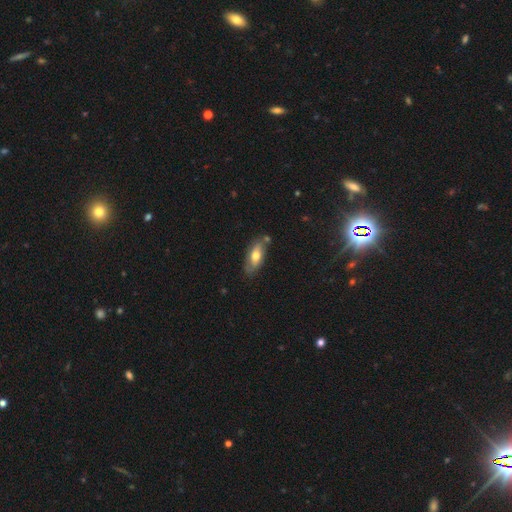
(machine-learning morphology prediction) A smooth galaxy with no disk features (59%) that is in between round and cigar-shaped (79%).

Vote fractions:
- Smooth or featured? smooth: 59% / featured or disk: 34% / star or artifact: 6%
- How rounded? in between: 79% / cigar-shaped: 18% / round: 3%
- Merging? none: 71% / minor disturbance: 19% / merger: 6% / major disturbance: 4%